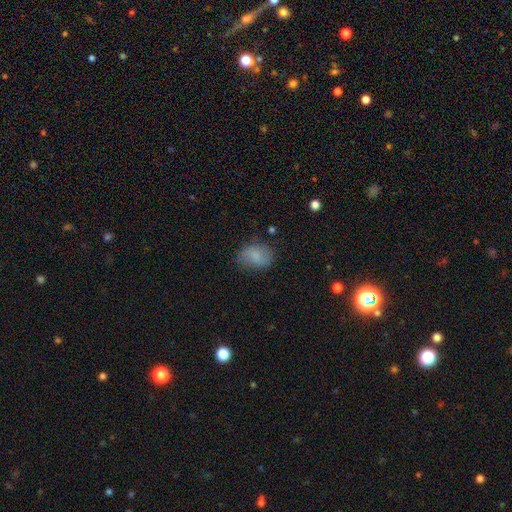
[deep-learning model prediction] Q: Smooth or featured?
A: smooth (77%); runner-up: featured or disk (14%)
Q: How rounded?
A: in between (73%); runner-up: round (26%)
Q: Merging?
A: none (67%); runner-up: minor disturbance (24%)